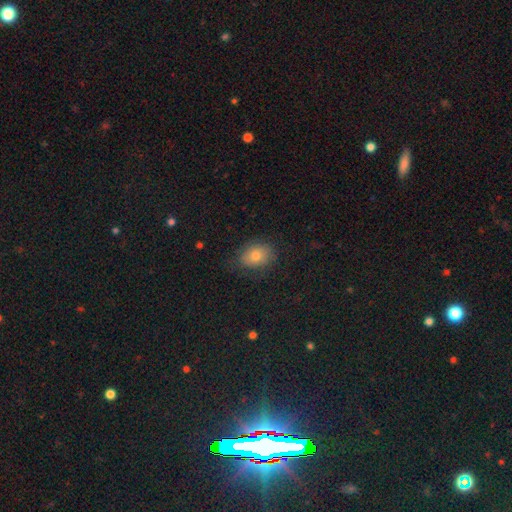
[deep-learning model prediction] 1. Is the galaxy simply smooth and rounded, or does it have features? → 75% smooth, 13% featured or disk, 12% star or artifact.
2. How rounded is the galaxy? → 72% in between, 27% round, 1% cigar-shaped.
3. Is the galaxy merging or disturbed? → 75% none, 19% minor disturbance, 5% major disturbance, 1% merger.